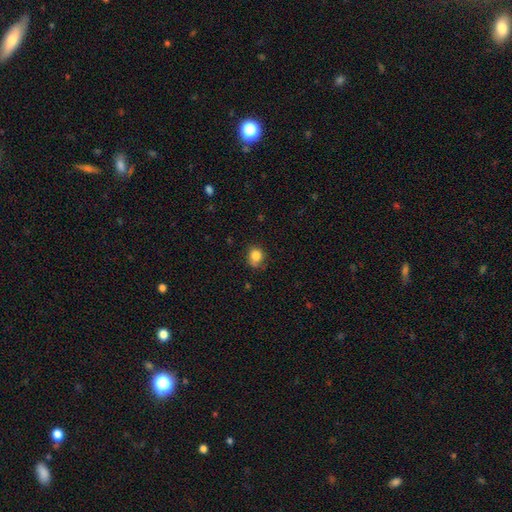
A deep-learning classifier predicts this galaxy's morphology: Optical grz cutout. It shows a smooth galaxy with no disk features (83%) that is round (73%). Merging: none (69%).